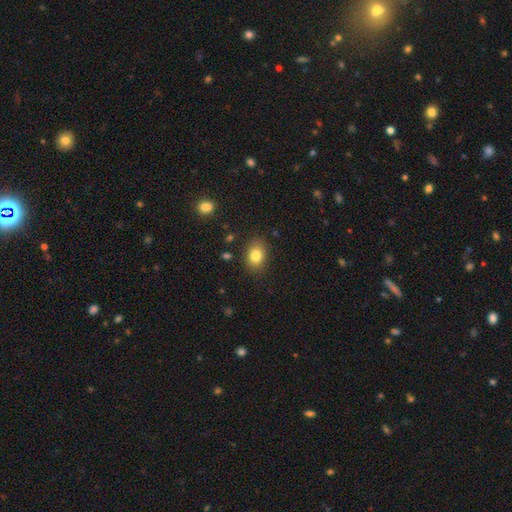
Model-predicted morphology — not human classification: Smooth or featured? Predicted: smooth (p=0.82). How rounded? Predicted: in between (p=0.67). Merging? Predicted: none (p=0.85).